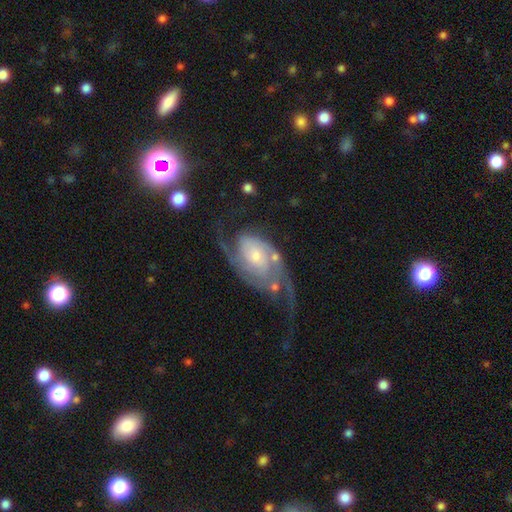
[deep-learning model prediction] This is clearly a featured or disk galaxy (85%). It is clearly not viewed edge-on (96%). Bar: likely no (65%). Spiral arm pattern: clearly yes (95%). Spiral arm count: clearly 2 (81%). Spiral winding: marginally medium (41%). Central bulge: possibly small (54%). Merging: possibly none (46%).